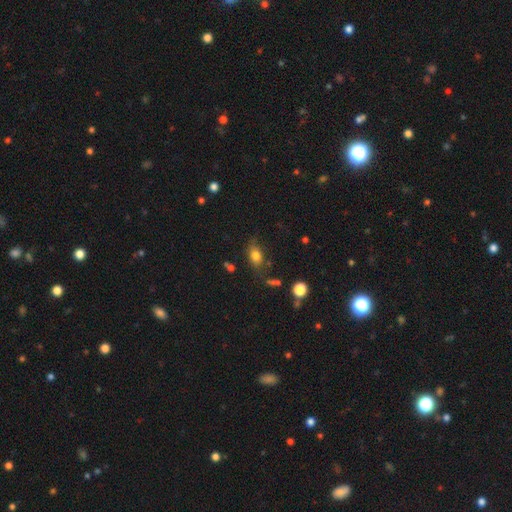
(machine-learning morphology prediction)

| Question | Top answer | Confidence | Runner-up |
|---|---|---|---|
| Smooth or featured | smooth | 78% | star or artifact (12%) |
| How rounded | in between | 78% | round (18%) |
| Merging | none | 70% | minor disturbance (20%) |